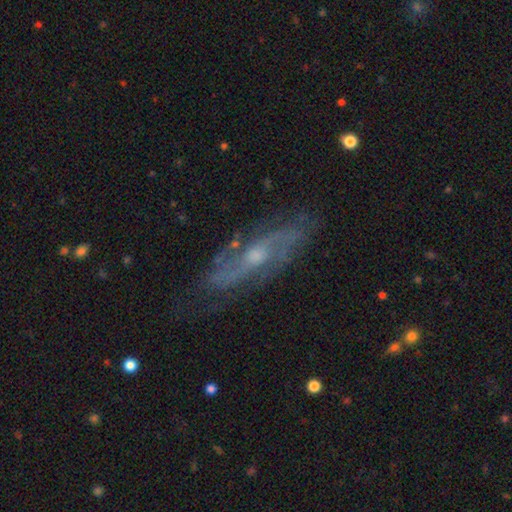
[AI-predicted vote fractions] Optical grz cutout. It shows a featured or disk galaxy (79%) with no bar (50%), 2 (66%) medium (43%) spiral arms (90%) and a moderate central bulge (48%). Merging: none (80%).